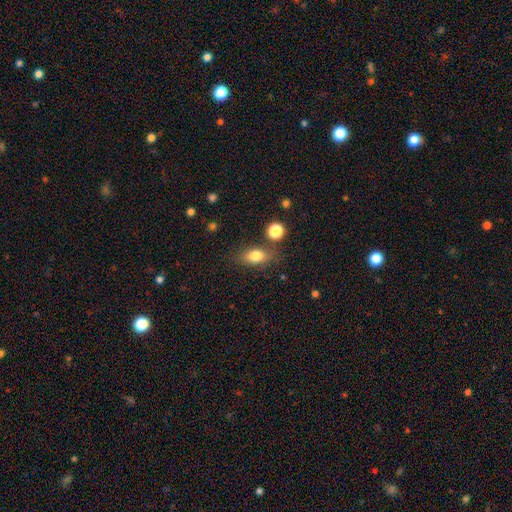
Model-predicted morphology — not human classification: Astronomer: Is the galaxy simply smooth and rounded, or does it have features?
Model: smooth — 78%.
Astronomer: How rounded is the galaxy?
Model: in between — 79%.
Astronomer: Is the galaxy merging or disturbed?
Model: none — 76%.